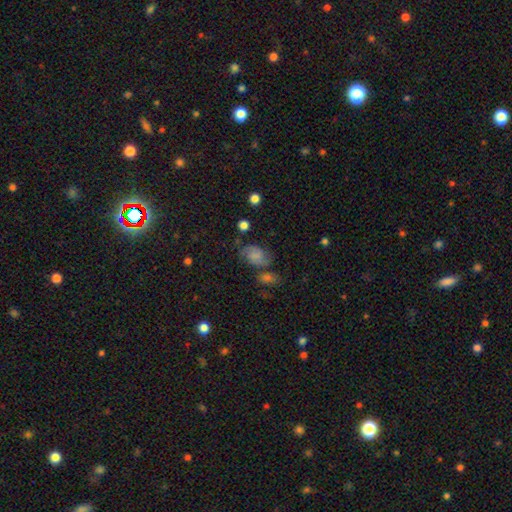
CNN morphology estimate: Q: Smooth or featured?
A: smooth (48%); runner-up: featured or disk (38%)
Q: Merging?
A: none (55%); runner-up: minor disturbance (22%)